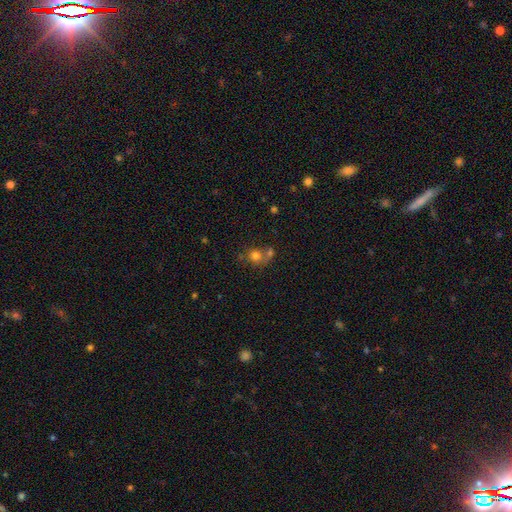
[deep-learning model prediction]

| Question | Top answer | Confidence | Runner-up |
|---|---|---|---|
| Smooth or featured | smooth | 75% | star or artifact (14%) |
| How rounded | round | 79% | in between (20%) |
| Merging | none | 47% | merger (37%) |